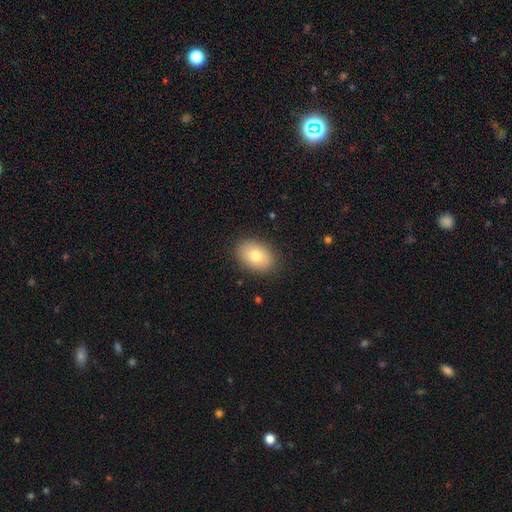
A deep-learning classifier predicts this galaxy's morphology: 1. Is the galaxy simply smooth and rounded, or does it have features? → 78% smooth, 14% featured or disk, 9% star or artifact.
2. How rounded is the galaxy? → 79% in between, 20% round, 1% cigar-shaped.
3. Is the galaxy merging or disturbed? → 88% none, 9% minor disturbance, 2% major disturbance, 1% merger.